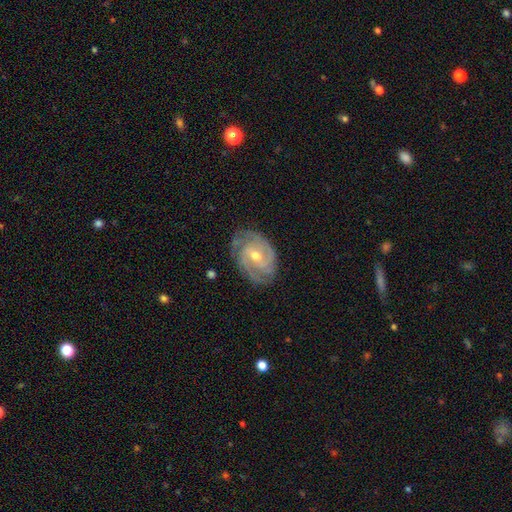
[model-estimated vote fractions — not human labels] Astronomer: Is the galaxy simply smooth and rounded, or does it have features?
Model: featured or disk — 89%.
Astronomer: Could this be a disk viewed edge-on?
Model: no — 97%.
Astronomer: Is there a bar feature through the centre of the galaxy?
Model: no — 45% (runner-up: weak, 42%).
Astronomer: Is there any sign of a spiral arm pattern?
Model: yes — 97%.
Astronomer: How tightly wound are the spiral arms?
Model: tight — 63%.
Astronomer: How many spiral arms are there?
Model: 3 — 42% (runner-up: 2, 23%).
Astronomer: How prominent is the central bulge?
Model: moderate — 53% (runner-up: small, 44%).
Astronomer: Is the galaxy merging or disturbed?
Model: none — 79%.